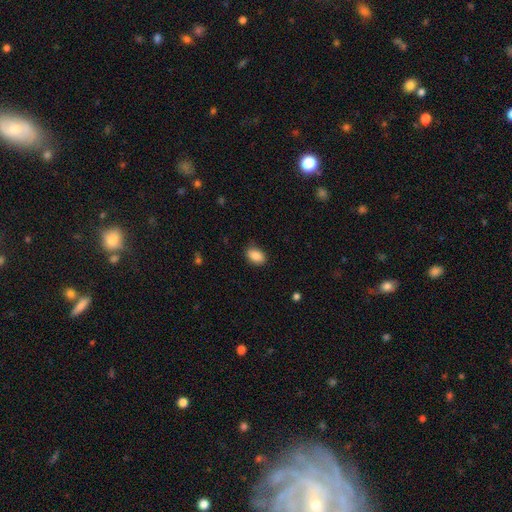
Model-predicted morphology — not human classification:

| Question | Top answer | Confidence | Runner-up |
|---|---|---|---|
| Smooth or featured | smooth | 88% | star or artifact (8%) |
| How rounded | in between | 86% | round (12%) |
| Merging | none | 81% | minor disturbance (15%) |